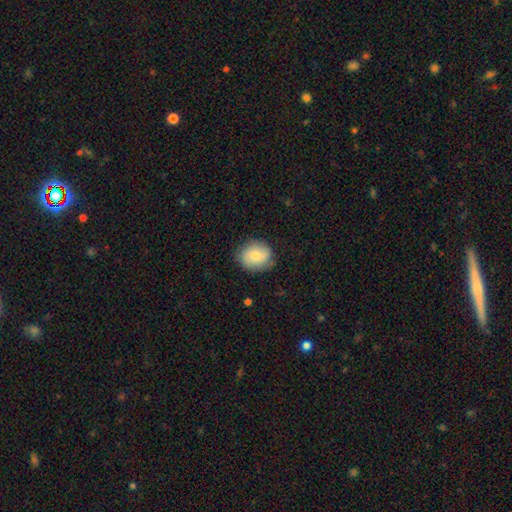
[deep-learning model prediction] Smooth or featured? smooth (74%)
How rounded? round (68%)
Merging? none (82%)